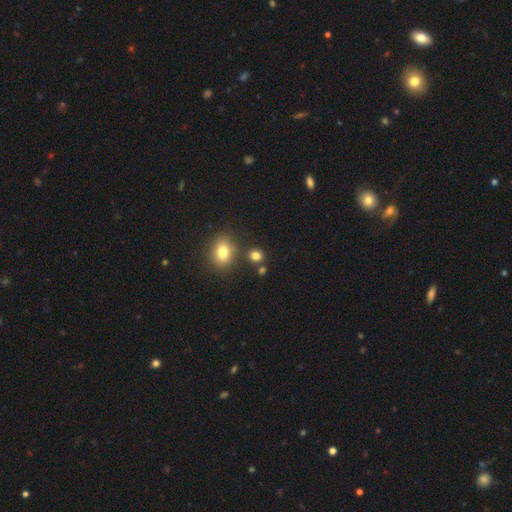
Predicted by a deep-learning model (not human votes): A smooth galaxy with no disk features (81%) that is round (77%). Merging: none (79%).